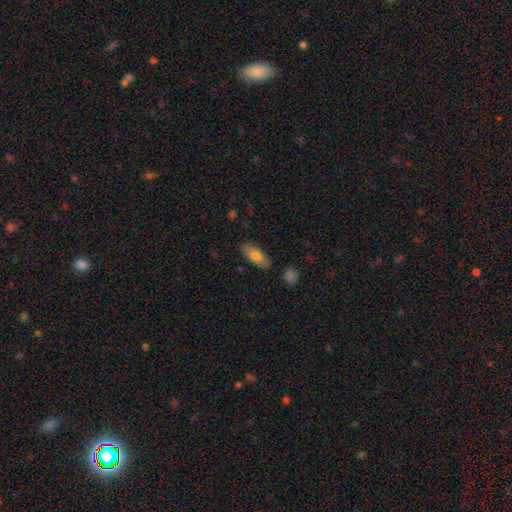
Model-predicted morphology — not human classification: Smooth or featured?
  - smooth: 76% *
  - featured or disk: 17%
  - star or artifact: 6%
How rounded?
  - in between: 79% *
  - cigar-shaped: 18%
  - round: 2%
Merging?
  - none: 84% *
  - minor disturbance: 11%
  - major disturbance: 2%
  - merger: 2%